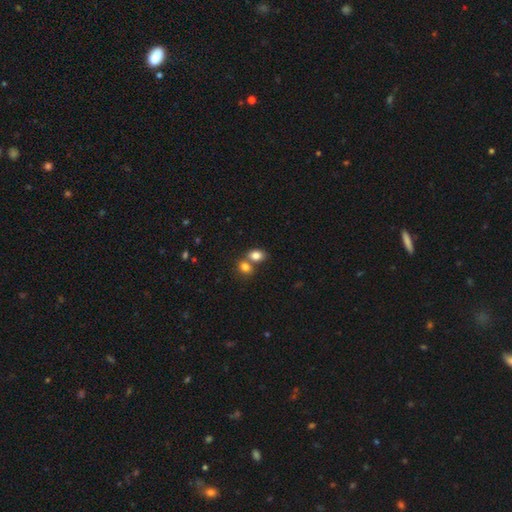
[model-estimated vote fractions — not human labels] Smooth or featured? Predicted: smooth (p=0.82). How rounded? Predicted: in between (p=0.67). Merging? Predicted: merger (p=0.48).